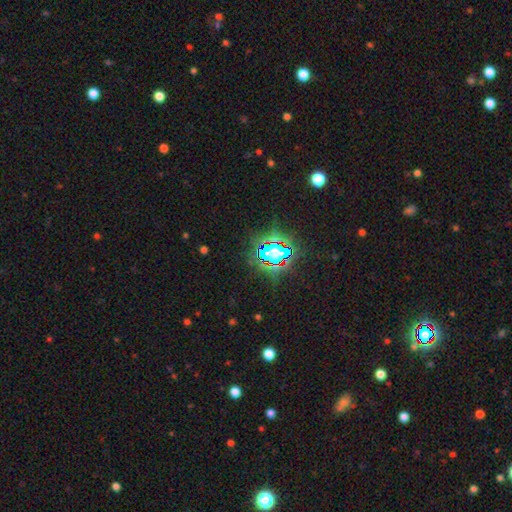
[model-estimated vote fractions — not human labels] Smooth or featured? star or artifact (81%)